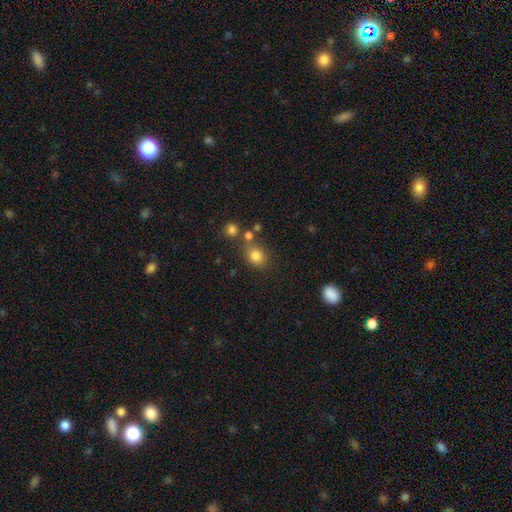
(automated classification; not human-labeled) The model was most divided on "how rounded": round: 69%, in between: 30%, cigar-shaped: 1%. More confident: smooth or featured — smooth (80%); merging — none (66%).